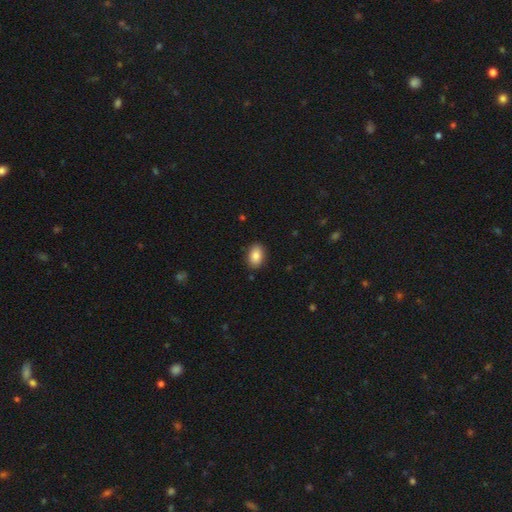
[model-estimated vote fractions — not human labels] Smooth or featured?
  - smooth: 86% *
  - star or artifact: 8%
  - featured or disk: 7%
How rounded?
  - in between: 86% *
  - round: 13%
  - cigar-shaped: 1%
Merging?
  - none: 87% *
  - minor disturbance: 10%
  - major disturbance: 2%
  - merger: 1%